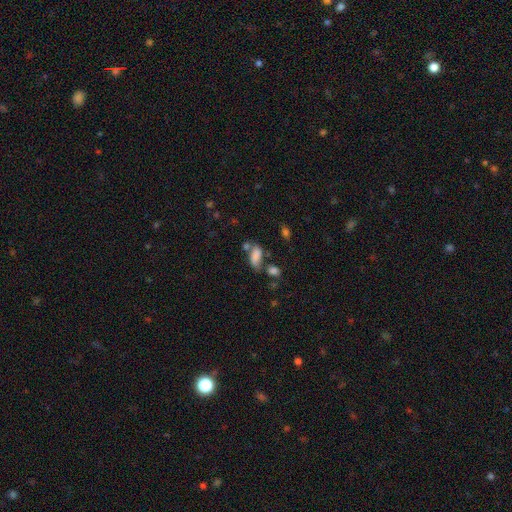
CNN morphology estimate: This appears to be a smooth galaxy with no disk features (77%) that is in between round and cigar-shaped (86%). Merging: none (39%).